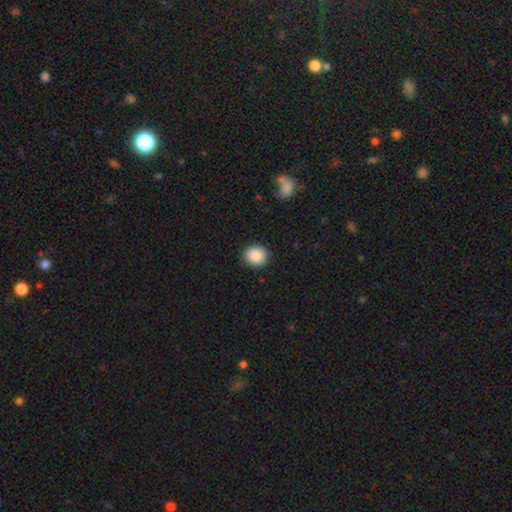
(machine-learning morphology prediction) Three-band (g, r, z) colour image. It shows a smooth galaxy with no disk features (89%) that is round (73%). Merging: none (89%).